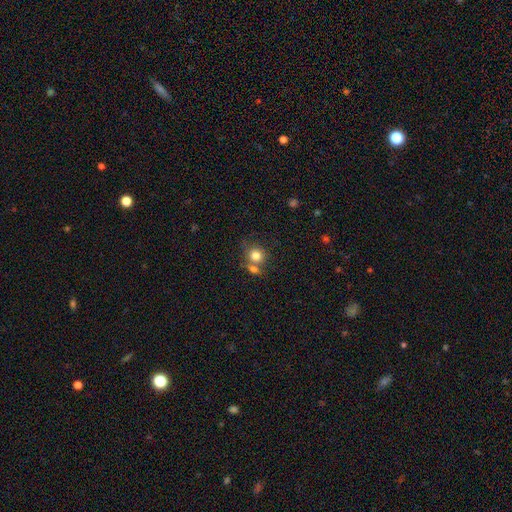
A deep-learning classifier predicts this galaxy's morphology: Q: Smooth or featured?
A: smooth (80%); runner-up: star or artifact (10%)
Q: How rounded?
A: round (82%); runner-up: in between (17%)
Q: Merging?
A: none (49%); runner-up: merger (36%)